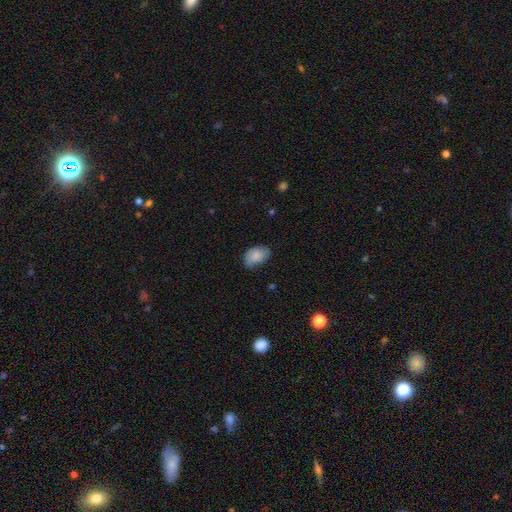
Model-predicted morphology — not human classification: Overall: smooth (84%). How rounded: in between (88%). Merging: none (70%).